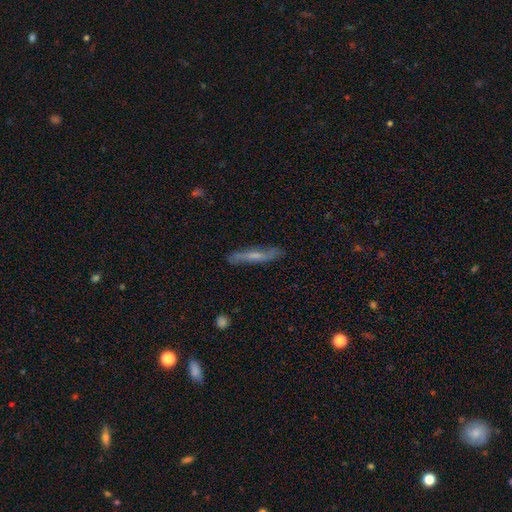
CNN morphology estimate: smooth 48%, featured or disk 46%, star or artifact 6%. Down the decision tree: merging — none (79%).